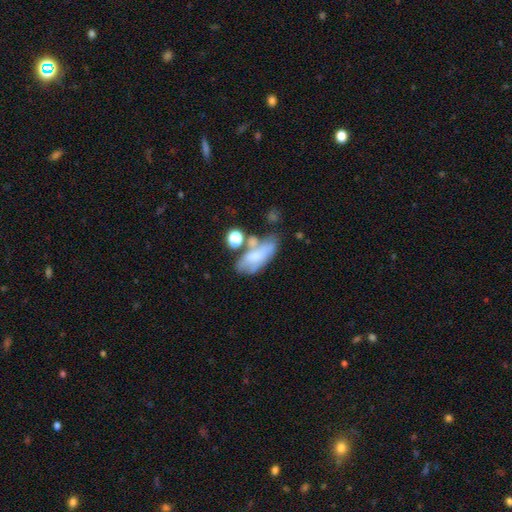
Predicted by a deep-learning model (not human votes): Smooth or featured? Predicted: smooth (p=0.50). Merging? Predicted: none (p=0.30).